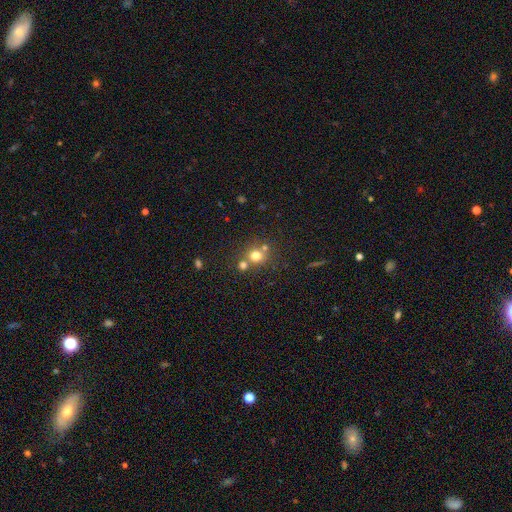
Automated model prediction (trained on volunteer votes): Q: Smooth or featured?
A: smooth (71%); runner-up: star or artifact (17%)
Q: How rounded?
A: round (87%); runner-up: in between (12%)
Q: Merging?
A: none (59%); runner-up: merger (30%)